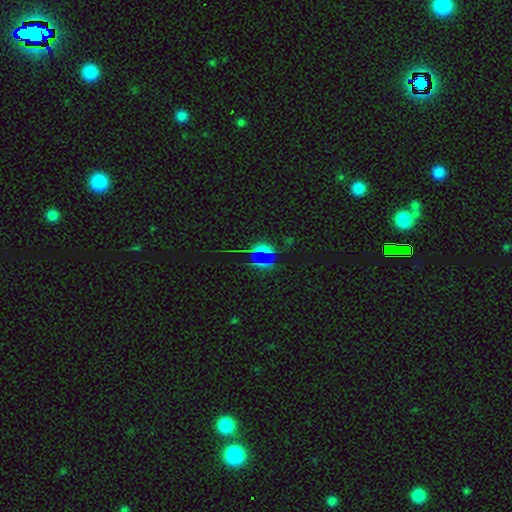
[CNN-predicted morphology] This appears to be a star or artifact, not a galaxy (63%).